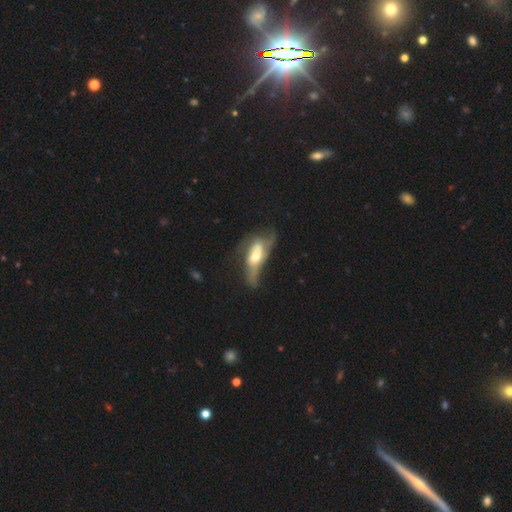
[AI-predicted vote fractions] featured or disk 60%, smooth 33%, star or artifact 7%. Down the decision tree: edge-on disk — no (73%); merging — major disturbance (39%).